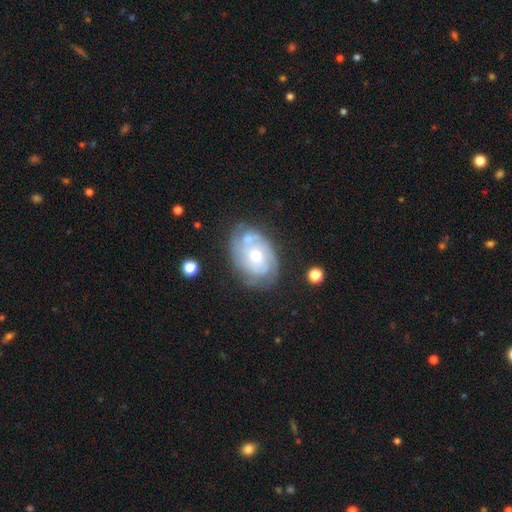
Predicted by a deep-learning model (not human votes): featured or disk 76%, smooth 18%, star or artifact 6%. Down the decision tree: edge-on disk — no (96%); bar — no (72%); spiral arms — yes (87%); spiral arm count — can't tell (37%); spiral winding — tight (63%); bulge size — moderate (59%); merging — none (62%).